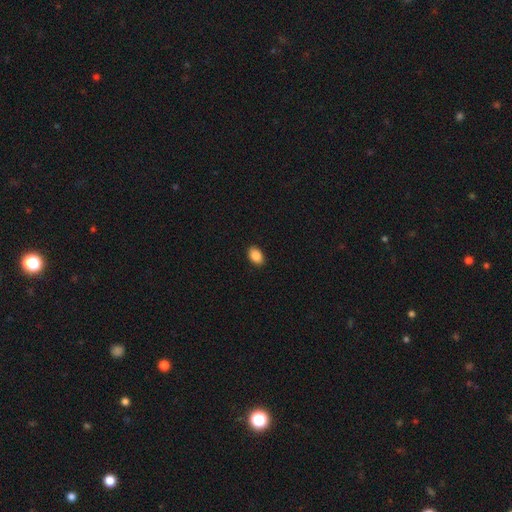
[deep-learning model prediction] Smooth or featured? smooth (89%)
How rounded? in between (85%)
Merging? none (91%)